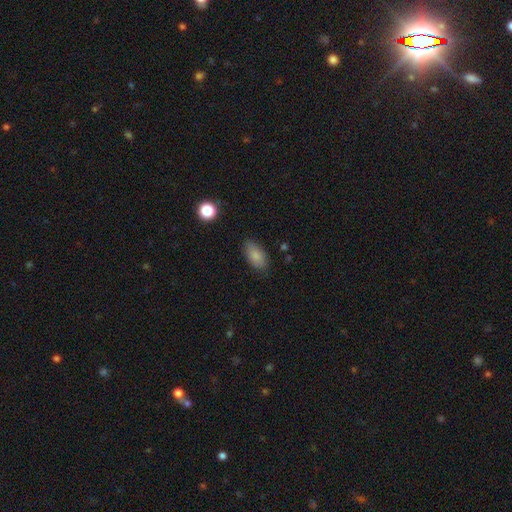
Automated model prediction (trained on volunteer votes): smooth 84%, featured or disk 9%, star or artifact 8%. Down the decision tree: how rounded — in between (91%); merging — none (81%).